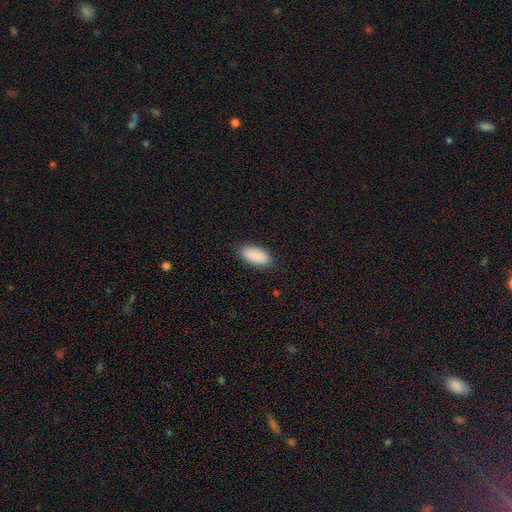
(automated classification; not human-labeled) This appears to be a smooth galaxy with no disk features (90%) that is in between round and cigar-shaped (89%). Merging: none (87%).